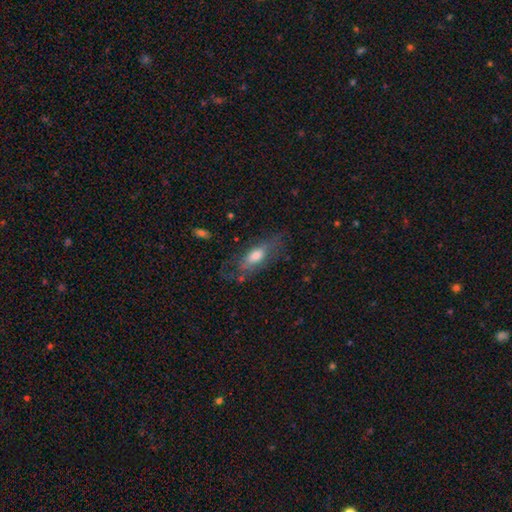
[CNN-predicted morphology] This appears to be a smooth galaxy with no disk features (53%) that is in between round and cigar-shaped (69%). Merging: none (59%).